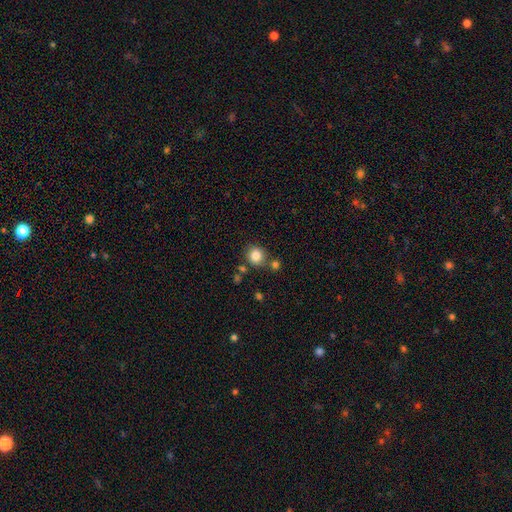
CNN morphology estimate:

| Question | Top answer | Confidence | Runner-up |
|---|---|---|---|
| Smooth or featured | smooth | 84% | star or artifact (10%) |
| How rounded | round | 85% | in between (14%) |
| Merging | none | 72% | merger (15%) |